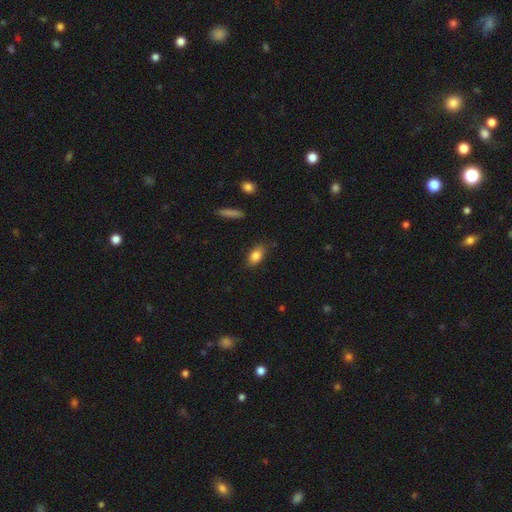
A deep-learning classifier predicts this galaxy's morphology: The model was most divided on "merging": none: 81%, minor disturbance: 15%, major disturbance: 3%, merger: 2%. More confident: how rounded — in between (86%); smooth or featured — smooth (84%).